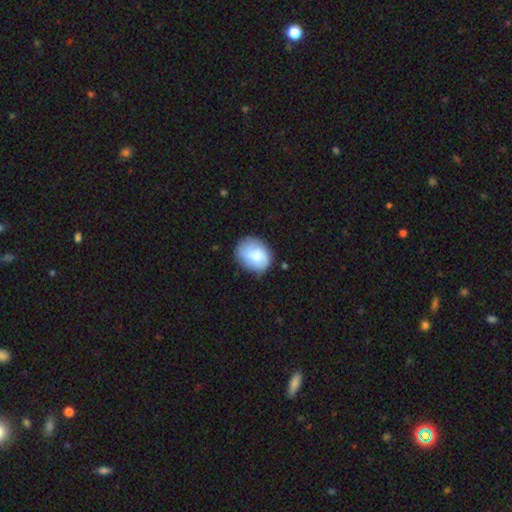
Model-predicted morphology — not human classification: smooth-or-featured: smooth: 71% | featured or disk: 22% | star or artifact: 7%
  how-rounded: in between: 53% | round: 46% | cigar-shaped: 1%
  merging: none: 71% | minor disturbance: 21% | major disturbance: 6% | merger: 2%